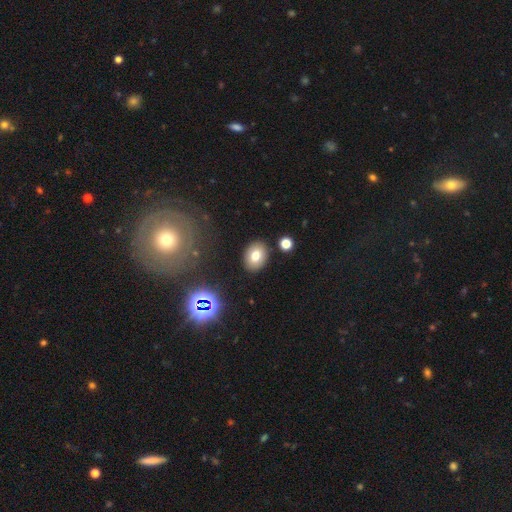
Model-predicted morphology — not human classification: A smooth galaxy with no disk features (76%) that is in between round and cigar-shaped (66%).

Vote fractions:
- Smooth or featured? smooth: 76% / star or artifact: 12% / featured or disk: 12%
- How rounded? in between: 66% / round: 33% / cigar-shaped: 1%
- Merging? none: 87% / minor disturbance: 8% / merger: 3% / major disturbance: 2%